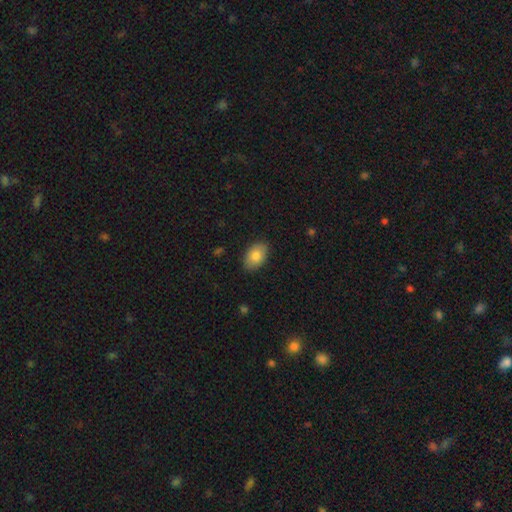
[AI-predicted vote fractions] Smooth or featured: smooth — 83% (featured or disk — 10%)
How rounded: in between — 90% (round — 8%)
Merging: none — 87% (minor disturbance — 10%)